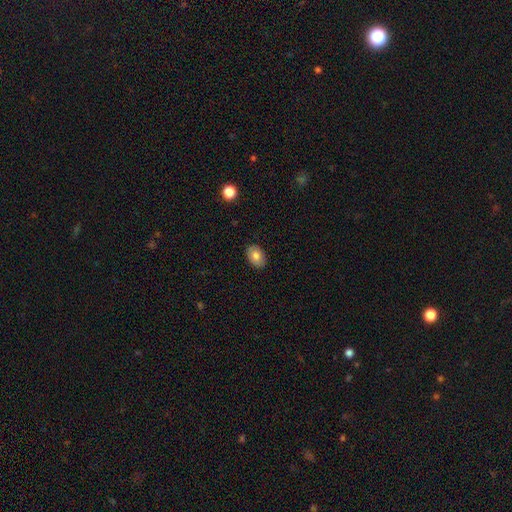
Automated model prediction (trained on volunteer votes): Smooth or featured? Predicted: smooth (p=0.81). How rounded? Predicted: in between (p=0.81). Merging? Predicted: none (p=0.89).